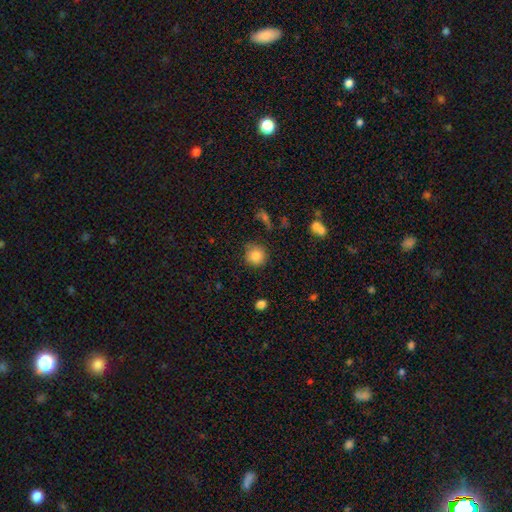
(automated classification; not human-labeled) Smooth or featured? smooth (84%)
How rounded? round (92%)
Merging? none (82%)